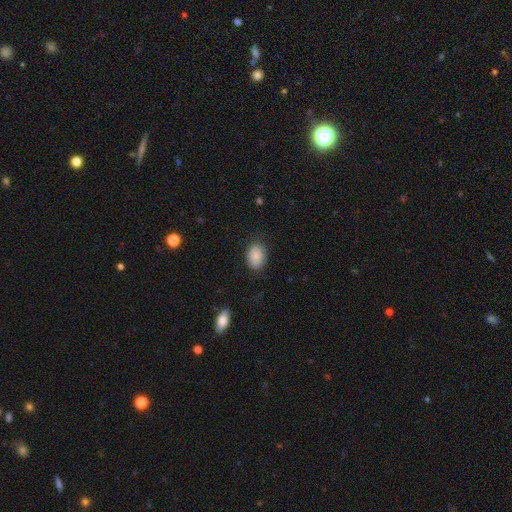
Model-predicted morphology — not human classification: Smooth or featured: smooth — 88% (star or artifact — 7%)
How rounded: in between — 82% (round — 17%)
Merging: none — 83% (minor disturbance — 13%)